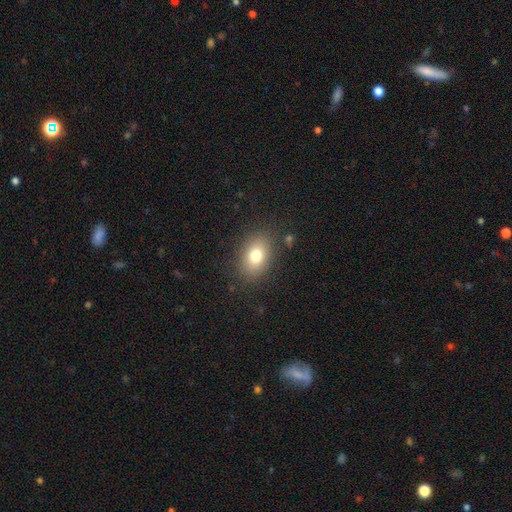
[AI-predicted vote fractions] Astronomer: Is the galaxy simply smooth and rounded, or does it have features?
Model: smooth — 78%.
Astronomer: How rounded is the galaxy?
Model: in between — 77%.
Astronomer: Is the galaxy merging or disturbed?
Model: none — 84%.